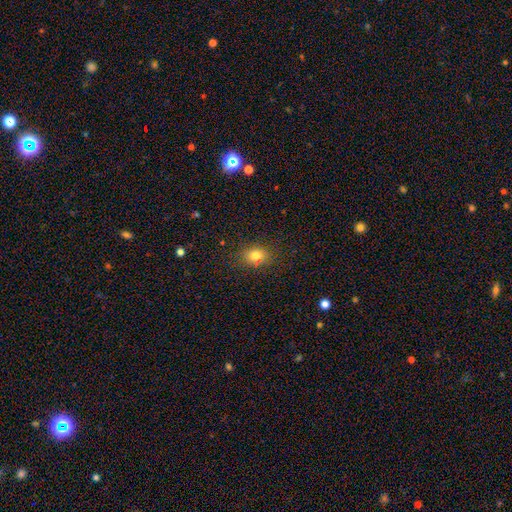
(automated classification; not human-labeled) Overall: smooth (77%). How rounded: in between (57%; round 41%). Merging: none (78%).